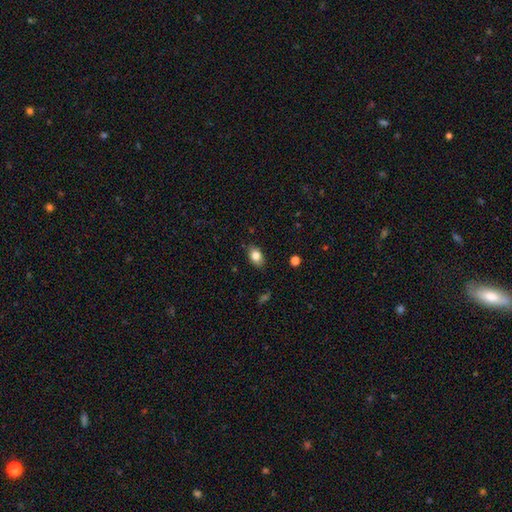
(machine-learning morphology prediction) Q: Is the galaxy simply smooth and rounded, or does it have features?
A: smooth — 82%.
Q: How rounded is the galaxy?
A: in between — 83%.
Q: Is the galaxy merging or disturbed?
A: none — 84%.